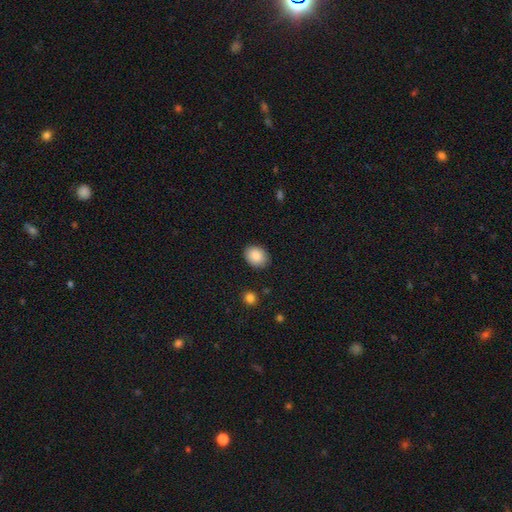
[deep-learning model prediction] Overall: smooth (88%). How rounded: in between (59%; round 40%). Merging: none (87%).